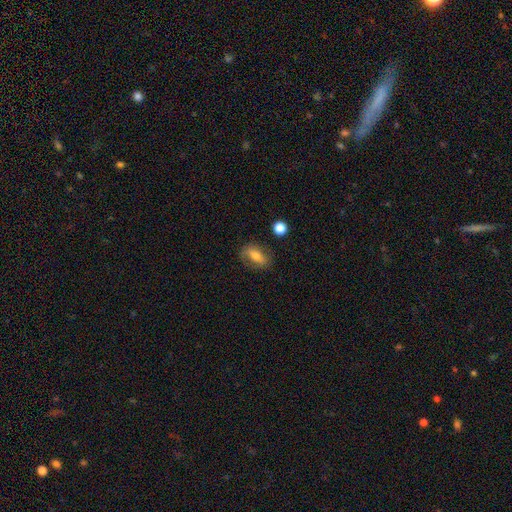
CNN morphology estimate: A smooth galaxy with no disk features (60%) that is in between round and cigar-shaped (78%).

Vote fractions:
- Smooth or featured? smooth: 60% / featured or disk: 31% / star or artifact: 8%
- How rounded? in between: 78% / round: 13% / cigar-shaped: 9%
- Merging? none: 75% / minor disturbance: 17% / major disturbance: 6% / merger: 2%